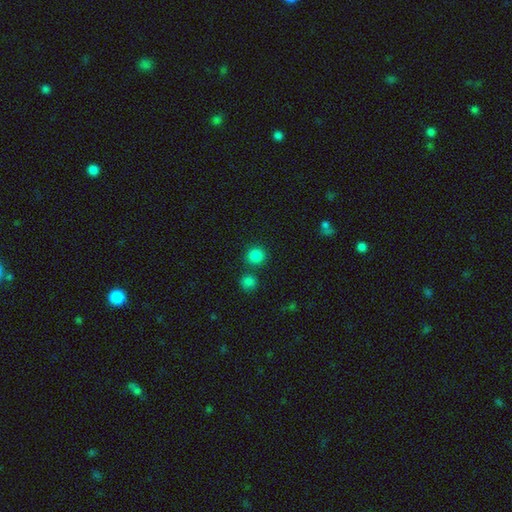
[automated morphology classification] smooth_or_featured: smooth (p=0.83) [alt: star or artifact p=0.13]
how_rounded: round (p=0.91) [alt: in between p=0.08]
merging: none (p=0.77) [alt: merger p=0.13]